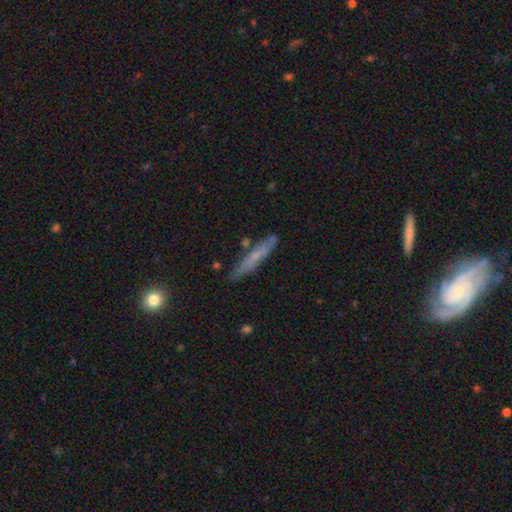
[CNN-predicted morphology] smooth-or-featured: smooth: 58% | featured or disk: 34% | star or artifact: 8%
  how-rounded: cigar-shaped: 93% | in between: 5% | round: 2%
  merging: none: 80% | minor disturbance: 14% | merger: 3% | major disturbance: 3%